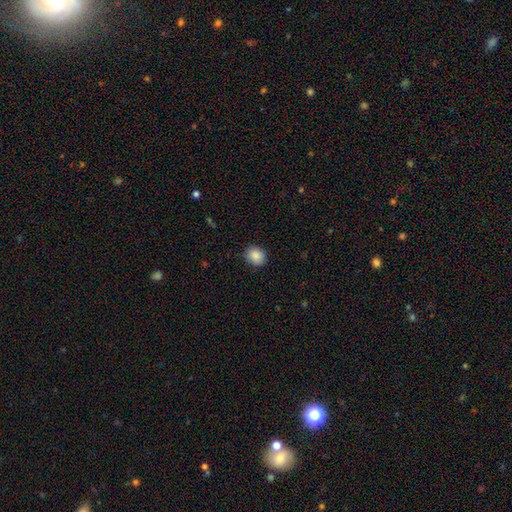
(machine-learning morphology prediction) A smooth galaxy with no disk features (88%) that is round (76%).

Vote fractions:
- Smooth or featured? smooth: 88% / star or artifact: 8% / featured or disk: 4%
- How rounded? round: 76% / in between: 23% / cigar-shaped: 1%
- Merging? none: 88% / minor disturbance: 9% / major disturbance: 2% / merger: 1%